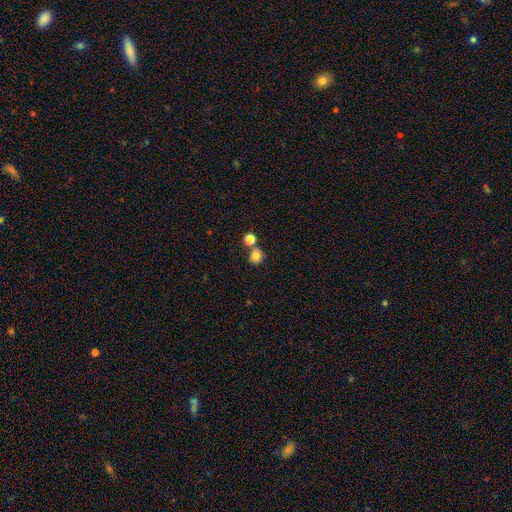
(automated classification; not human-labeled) A smooth galaxy with no disk features (82%) that is round (80%). Merging: none (67%).